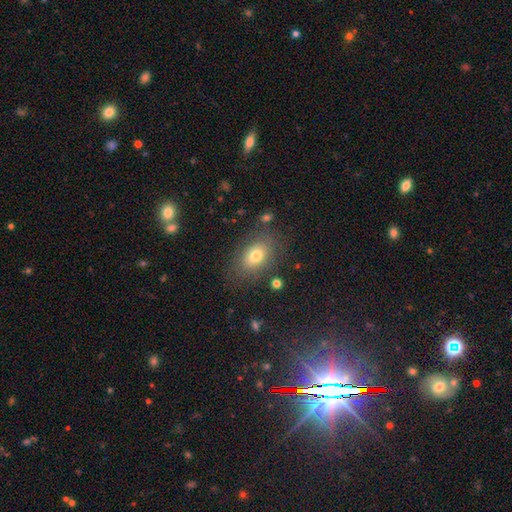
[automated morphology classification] type=smooth (75%); roundness=in between (80%); merging=none (78%).